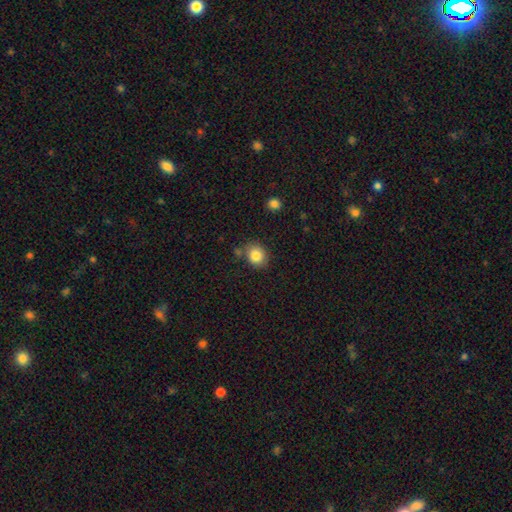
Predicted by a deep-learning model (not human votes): Morphology: type=smooth (84%); roundness=round (64%); merging=none (76%).